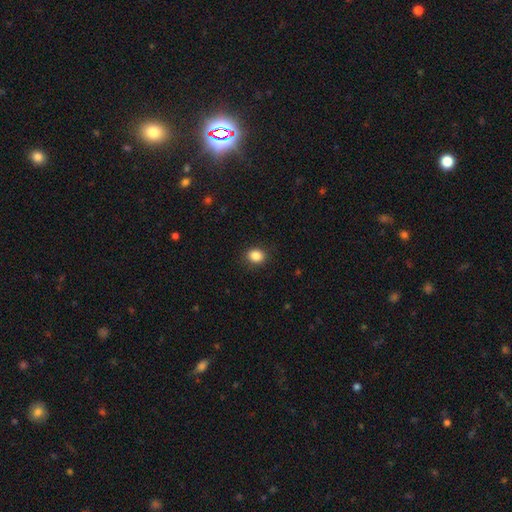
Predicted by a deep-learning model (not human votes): The model was most divided on "how rounded": round: 61%, in between: 39%, cigar-shaped: 1%. More confident: merging — none (88%); smooth or featured — smooth (86%).